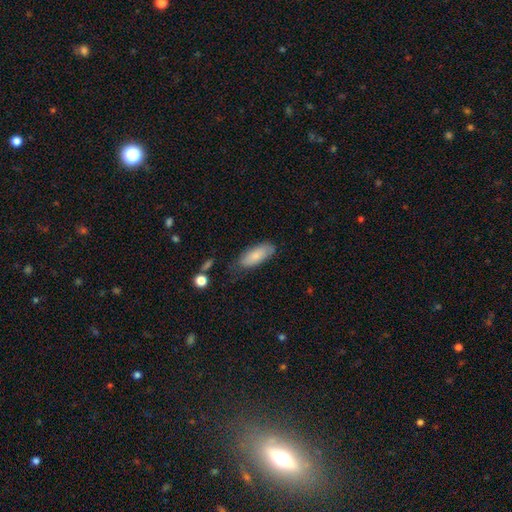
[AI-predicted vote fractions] The model was most divided on "merging": none: 70%, minor disturbance: 22%, major disturbance: 5%, merger: 2%. More confident: smooth or featured — smooth (81%); how rounded — in between (78%).